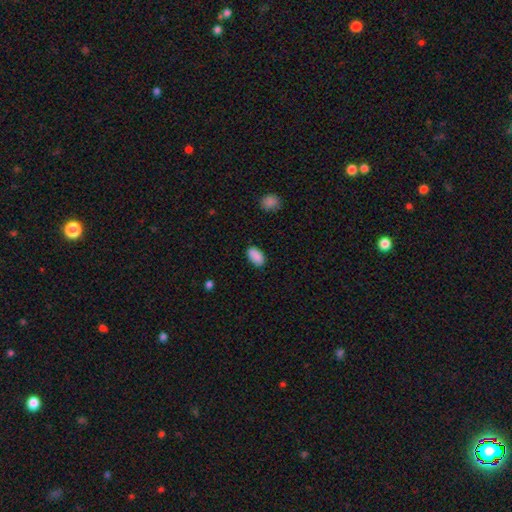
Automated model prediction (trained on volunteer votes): This is clearly a smooth galaxy (89%). How rounded: clearly in between (94%). Merging: clearly none (85%).